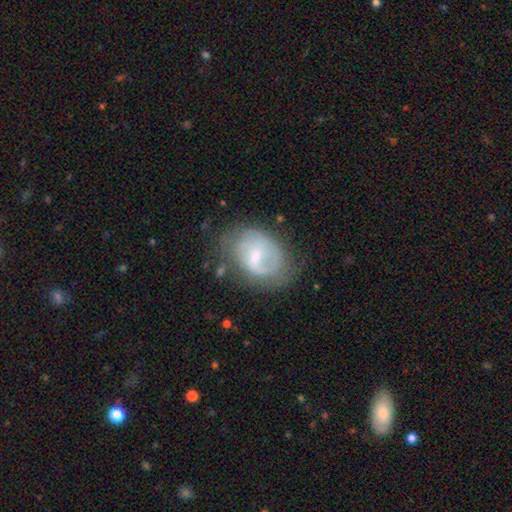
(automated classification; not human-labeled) Smooth or featured: featured or disk — 65% (smooth — 28%)
Edge-on disk: no — 97% (yes — 3%)
Bar: weak — 57% (no — 30%)
Spiral arms: yes — 78% (no — 22%)
Bulge size: small — 49% (moderate — 41%)
Merging: none — 58% (minor disturbance — 25%)